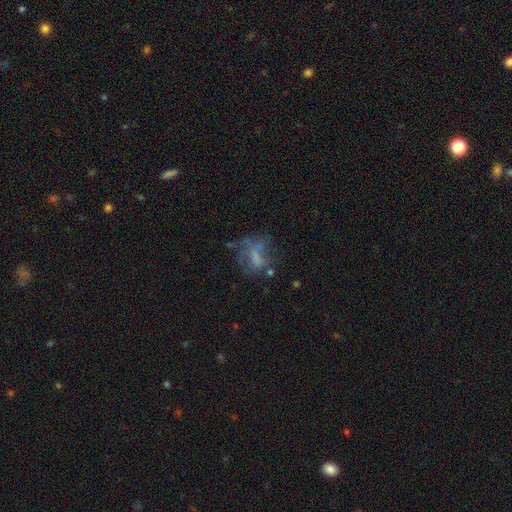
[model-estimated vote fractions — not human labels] smooth-or-featured: featured or disk: 46% | smooth: 38% | star or artifact: 17%
  merging: none: 37% | major disturbance: 36% | minor disturbance: 20% | merger: 7%